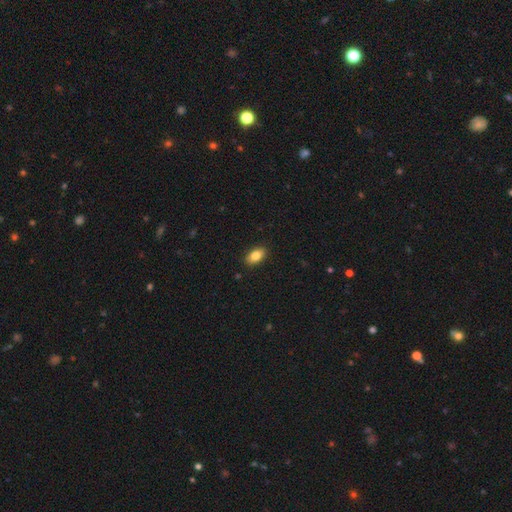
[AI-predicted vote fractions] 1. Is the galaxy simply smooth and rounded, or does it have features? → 84% smooth, 9% featured or disk, 8% star or artifact.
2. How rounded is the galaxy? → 90% in between, 7% round, 3% cigar-shaped.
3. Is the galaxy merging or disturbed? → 89% none, 8% minor disturbance, 2% major disturbance, 1% merger.